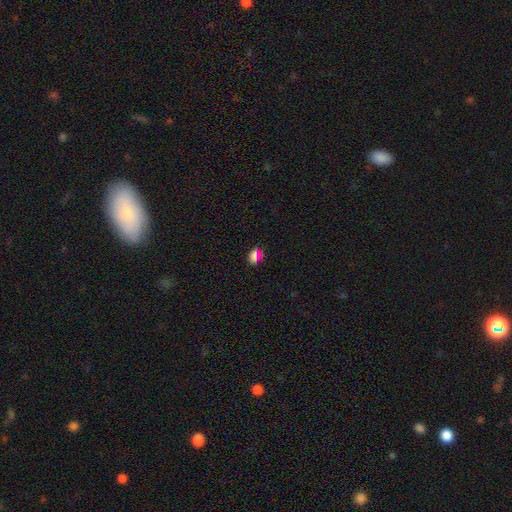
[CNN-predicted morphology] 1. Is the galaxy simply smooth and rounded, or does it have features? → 66% smooth, 27% star or artifact, 7% featured or disk.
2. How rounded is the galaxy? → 55% in between, 41% round, 5% cigar-shaped.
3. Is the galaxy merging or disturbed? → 82% none, 12% minor disturbance, 3% major disturbance, 3% merger.